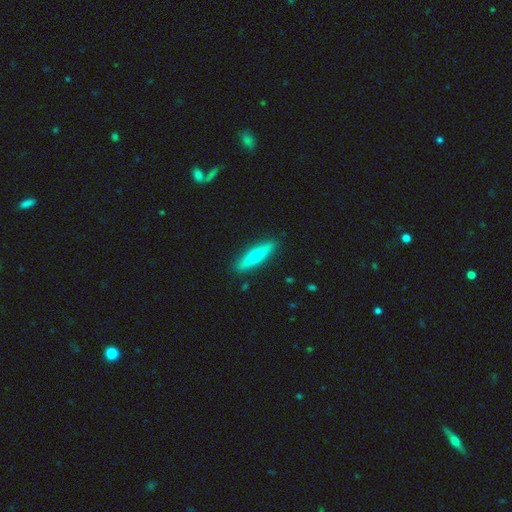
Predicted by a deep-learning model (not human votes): Smooth or featured? Predicted: smooth (p=0.49). Merging? Predicted: none (p=0.90).